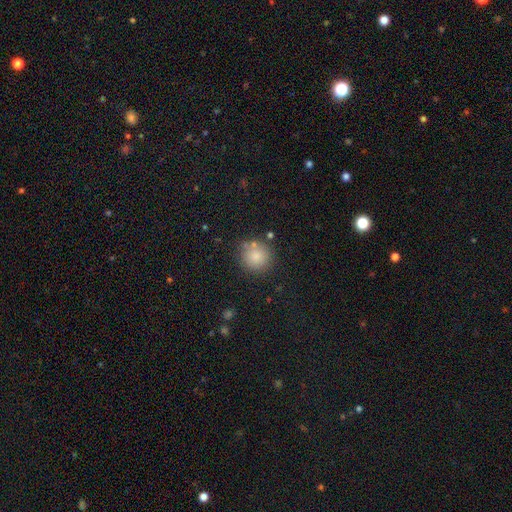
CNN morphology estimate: smooth 83%, star or artifact 11%, featured or disk 7%. Down the decision tree: how rounded — round (93%); merging — none (79%).